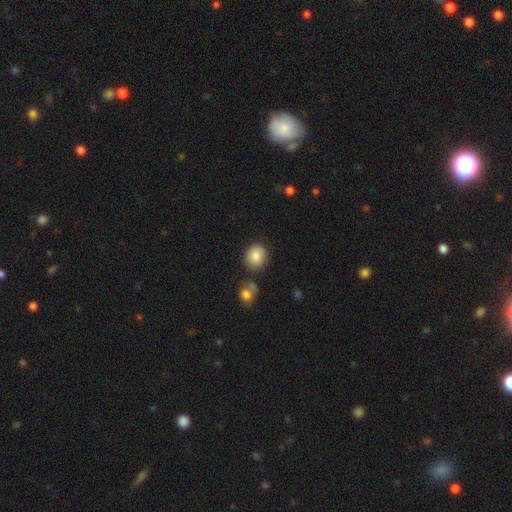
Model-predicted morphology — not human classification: Overall: smooth (86%). How rounded: round (73%). Merging: none (76%).